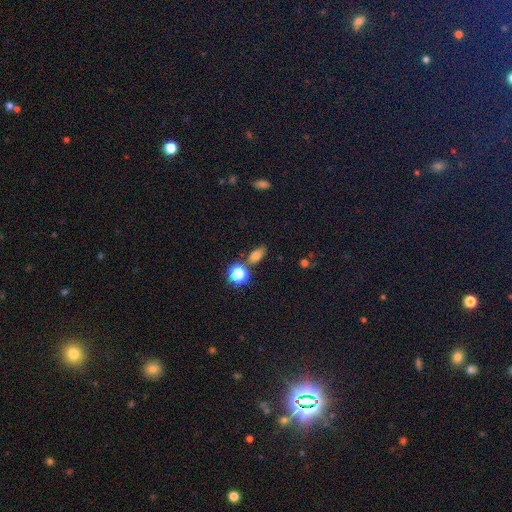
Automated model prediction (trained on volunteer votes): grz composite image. It shows a smooth galaxy with no disk features (70%) that is in between round and cigar-shaped (72%). Merging: none (74%).